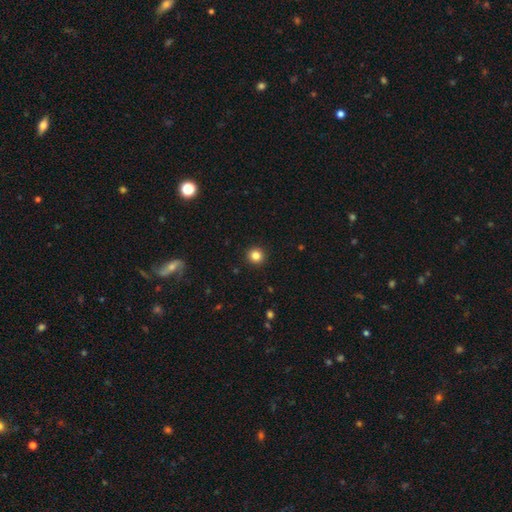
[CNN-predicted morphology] The model was most divided on "smooth or featured": smooth: 84%, star or artifact: 11%, featured or disk: 5%. More confident: how rounded — round (95%); merging — none (93%).